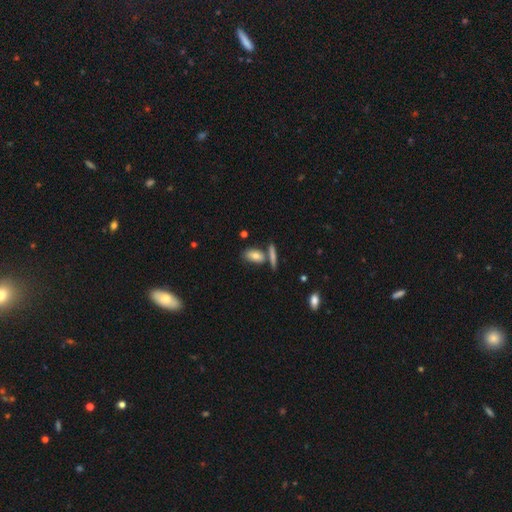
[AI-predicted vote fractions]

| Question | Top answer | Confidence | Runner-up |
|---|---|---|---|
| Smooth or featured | smooth | 75% | featured or disk (18%) |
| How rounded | in between | 81% | cigar-shaped (13%) |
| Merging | none | 61% | merger (22%) |